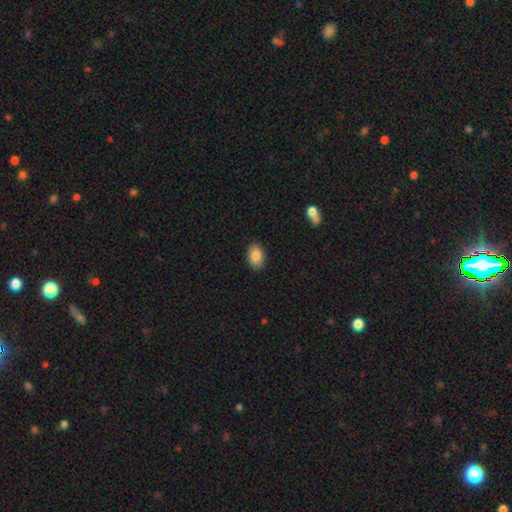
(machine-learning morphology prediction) This is clearly a smooth galaxy (85%). How rounded: clearly in between (85%). Merging: clearly none (89%).